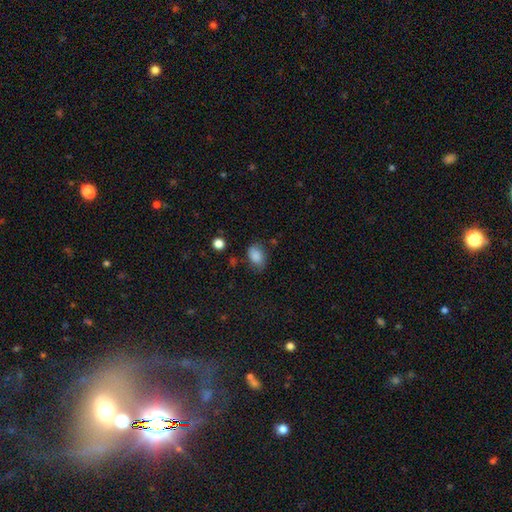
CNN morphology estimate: smooth-or-featured: smooth: 84% | star or artifact: 9% | featured or disk: 7%
  how-rounded: in between: 83% | round: 16% | cigar-shaped: 1%
  merging: none: 62% | minor disturbance: 27% | major disturbance: 8% | merger: 2%